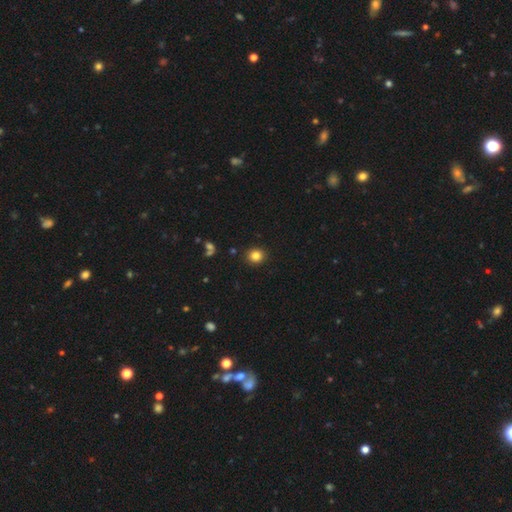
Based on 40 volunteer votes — Smooth or featured? 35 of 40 (88%) said smooth. How rounded? 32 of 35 (91%) said round. Merging? 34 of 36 (94%) said none.